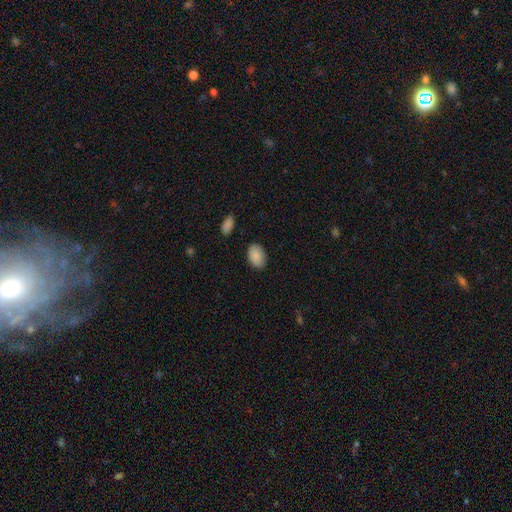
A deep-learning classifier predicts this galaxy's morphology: A smooth galaxy with no disk features (89%) that is in between round and cigar-shaped (86%). Merging: none (84%).